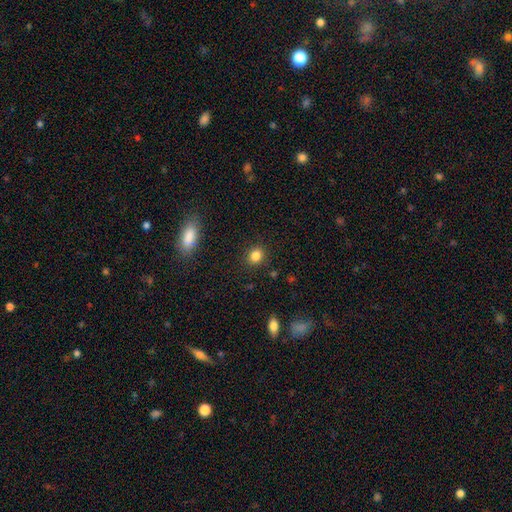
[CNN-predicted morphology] This is clearly a smooth galaxy (84%). How rounded: likely round (70%). Merging: clearly none (88%).